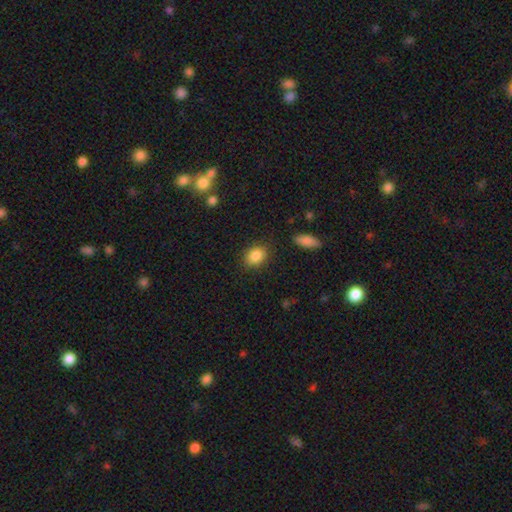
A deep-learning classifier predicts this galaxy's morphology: Smooth or featured? Predicted: smooth (p=0.86). How rounded? Predicted: in between (p=0.70). Merging? Predicted: none (p=0.85).